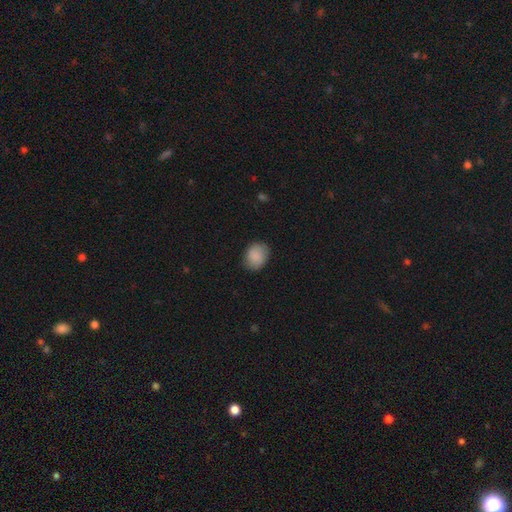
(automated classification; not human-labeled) This is clearly a smooth galaxy (87%). How rounded: possibly in between (51%). Merging: clearly none (81%).